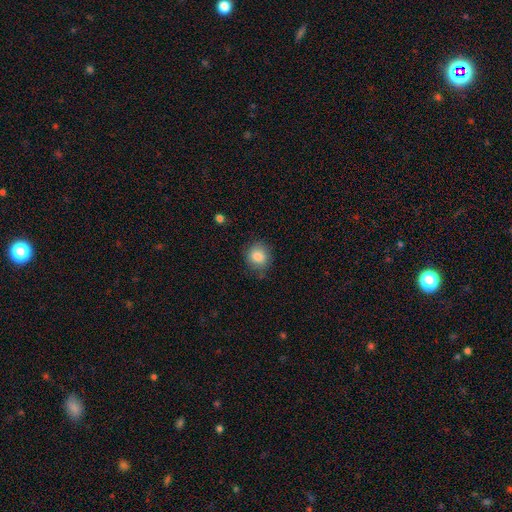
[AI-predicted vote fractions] Overall: smooth (85%). How rounded: round (83%). Merging: none (80%).